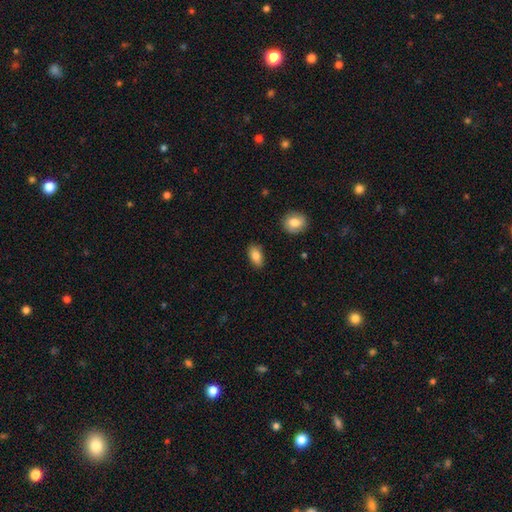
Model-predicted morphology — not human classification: This is clearly a smooth galaxy (85%). How rounded: clearly in between (91%). Merging: clearly none (84%).